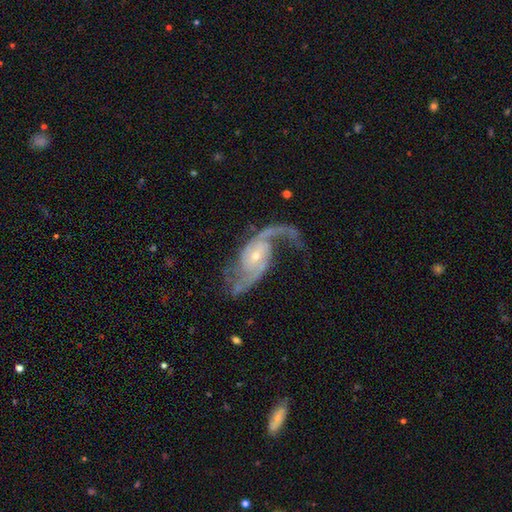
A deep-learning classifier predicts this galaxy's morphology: Q: Smooth or featured?
A: featured or disk (91%); runner-up: star or artifact (5%)
Q: Edge-on disk?
A: no (97%); runner-up: yes (3%)
Q: Bar?
A: no (60%); runner-up: weak (30%)
Q: Spiral arms?
A: yes (97%); runner-up: no (3%)
Q: Spiral winding?
A: loose (50%); runner-up: medium (38%)
Q: Spiral arm count?
A: 2 (86%); runner-up: 3 (4%)
Q: Bulge size?
A: small (67%); runner-up: moderate (29%)
Q: Merging?
A: none (60%); runner-up: major disturbance (20%)